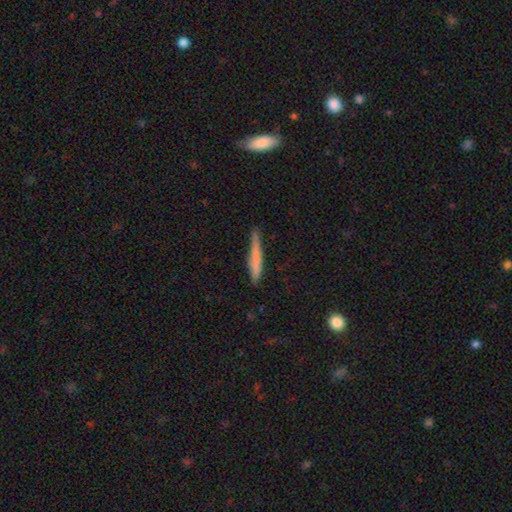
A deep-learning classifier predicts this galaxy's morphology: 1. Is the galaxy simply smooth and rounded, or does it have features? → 66% smooth, 28% featured or disk, 7% star or artifact.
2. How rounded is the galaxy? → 95% cigar-shaped, 3% in between, 2% round.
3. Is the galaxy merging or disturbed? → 78% none, 17% minor disturbance, 3% major disturbance, 2% merger.